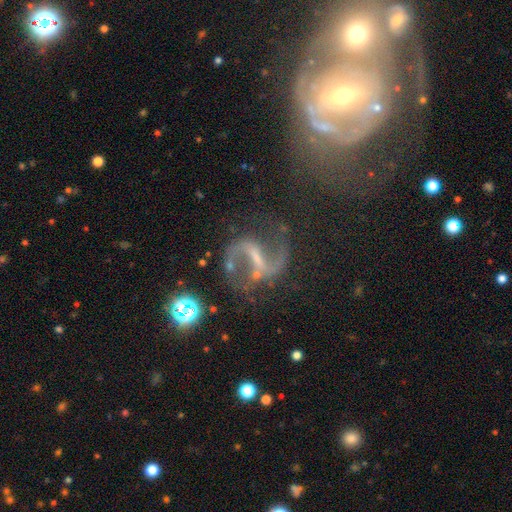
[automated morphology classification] featured or disk 87%, star or artifact 8%, smooth 4%. Down the decision tree: edge-on disk — no (97%); bar — strong (53%); spiral arms — yes (95%); spiral arm count — 2 (93%); spiral winding — loose (62%); bulge size — none (42%); merging — none (65%).